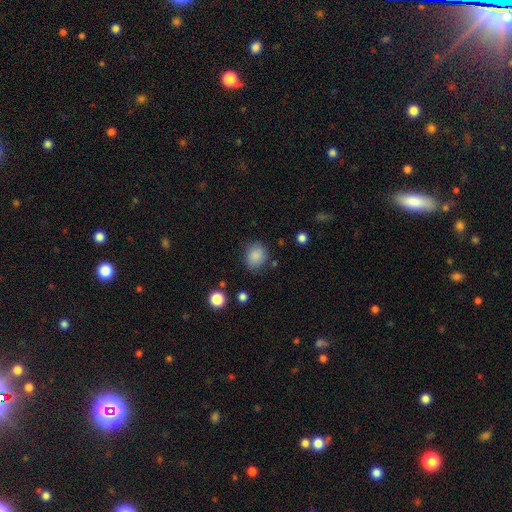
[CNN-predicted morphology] smooth-or-featured: smooth: 86% | star or artifact: 9% | featured or disk: 4%
  how-rounded: round: 67% | in between: 32% | cigar-shaped: 1%
  merging: none: 79% | minor disturbance: 15% | major disturbance: 4% | merger: 2%